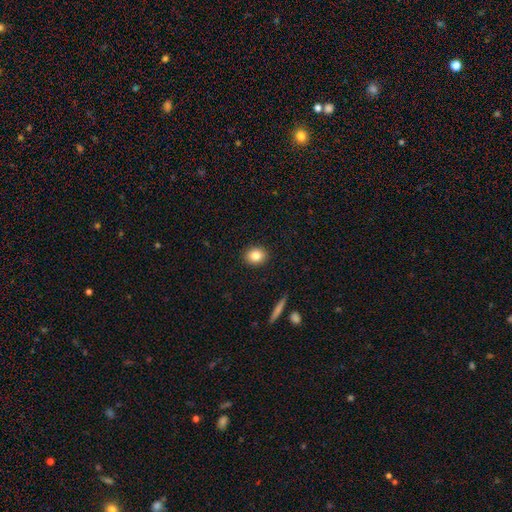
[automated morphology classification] Smooth or featured? Predicted: smooth (p=0.83). How rounded? Predicted: round (p=0.66). Merging? Predicted: none (p=0.91).